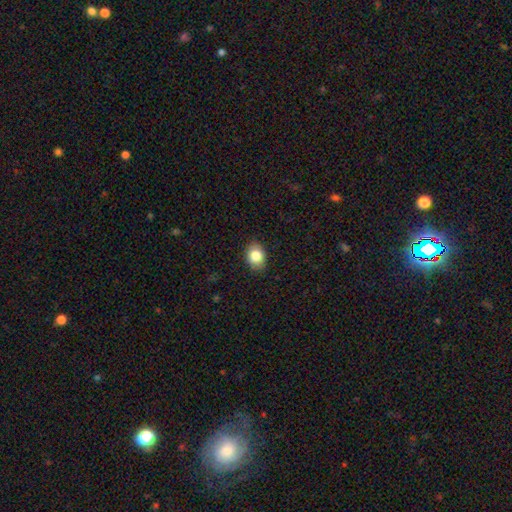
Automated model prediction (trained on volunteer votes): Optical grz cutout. It shows a smooth galaxy with no disk features (83%) that is in between round and cigar-shaped (67%). Merging: none (88%).